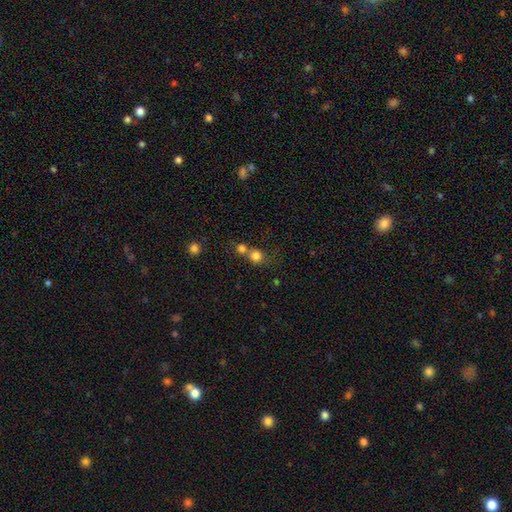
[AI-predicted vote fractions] The model was most divided on "merging": none: 46%, merger: 44%, minor disturbance: 7%, major disturbance: 4%. More confident: how rounded — round (87%); smooth or featured — smooth (79%).